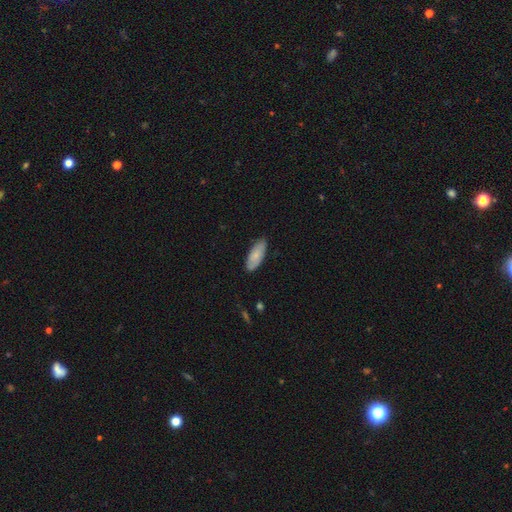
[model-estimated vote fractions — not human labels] Q: Smooth or featured?
A: smooth (79%); runner-up: featured or disk (16%)
Q: How rounded?
A: in between (80%); runner-up: cigar-shaped (18%)
Q: Merging?
A: none (82%); runner-up: minor disturbance (15%)